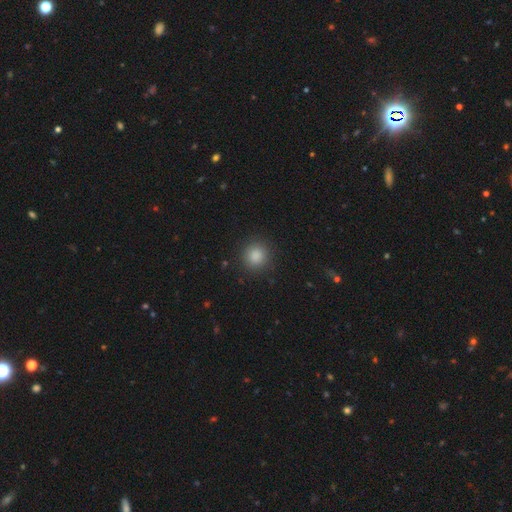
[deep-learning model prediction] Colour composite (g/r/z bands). It shows a smooth galaxy with no disk features (86%) that is round (91%). Merging: none (90%).